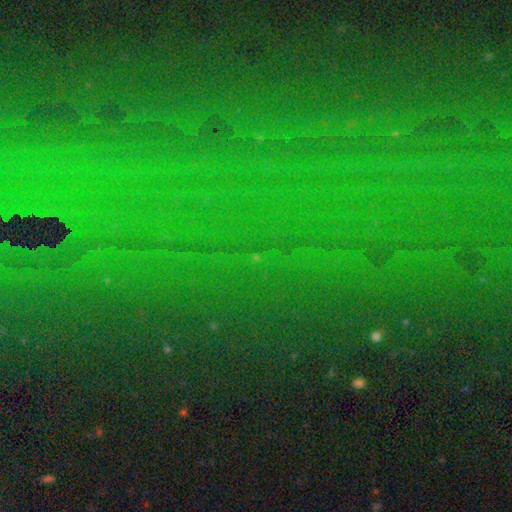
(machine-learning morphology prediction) Overall: star or artifact (81%).